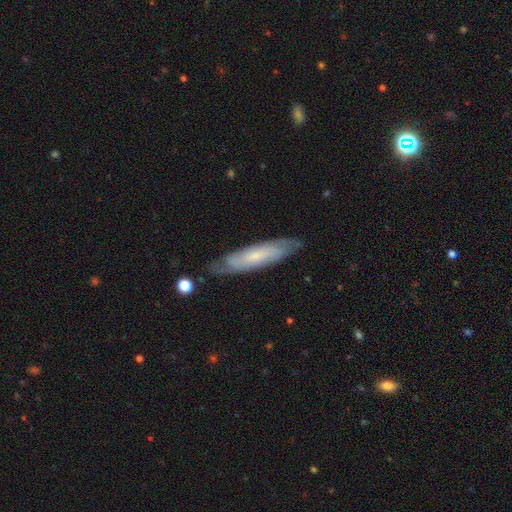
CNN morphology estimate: A featured or disk galaxy (59%).

Vote fractions:
- Smooth or featured? featured or disk: 59% / smooth: 35% / star or artifact: 7%
- Edge-on disk? no: 61% / yes: 39%
- Merging? none: 79% / minor disturbance: 16% / major disturbance: 4% / merger: 1%